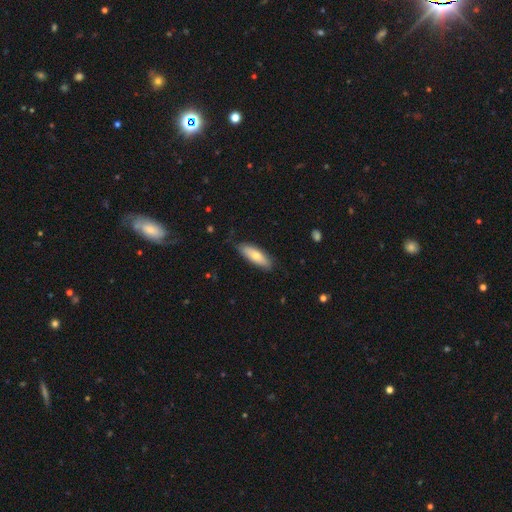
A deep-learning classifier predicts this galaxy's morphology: The model was most divided on "how rounded": in between: 58%, cigar-shaped: 40%, round: 2%. More confident: merging — none (81%); smooth or featured — smooth (69%).